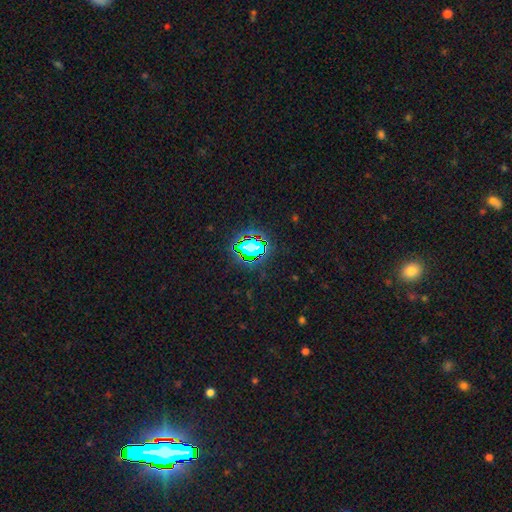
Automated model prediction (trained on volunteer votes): Morphology: type=star or artifact (80%).